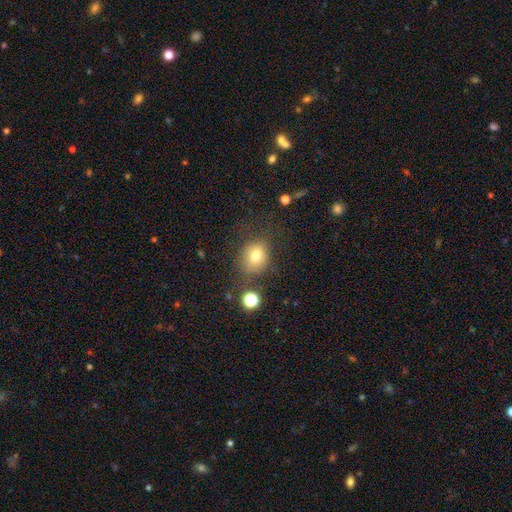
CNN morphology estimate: type=smooth (75%); roundness=round (56%); merging=none (68%).